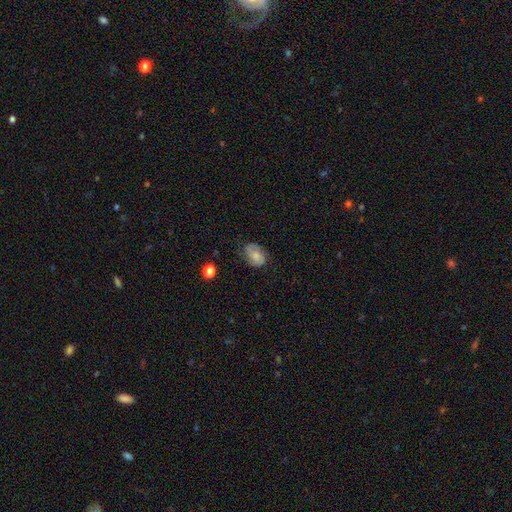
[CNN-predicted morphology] Smooth or featured? Predicted: smooth (p=0.48). Merging? Predicted: none (p=0.67).